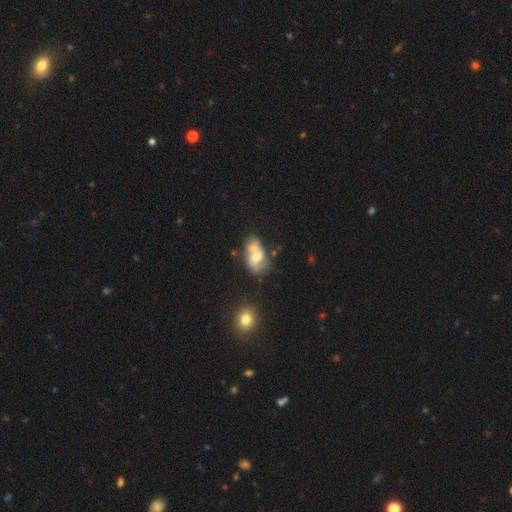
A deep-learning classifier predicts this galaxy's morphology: Smooth or featured?
  - featured or disk: 52% *
  - smooth: 39%
  - star or artifact: 9%
Edge-on disk?
  - no: 96% *
  - yes: 4%
Merging?
  - merger: 50% *
  - none: 25%
  - minor disturbance: 15%
  - major disturbance: 10%